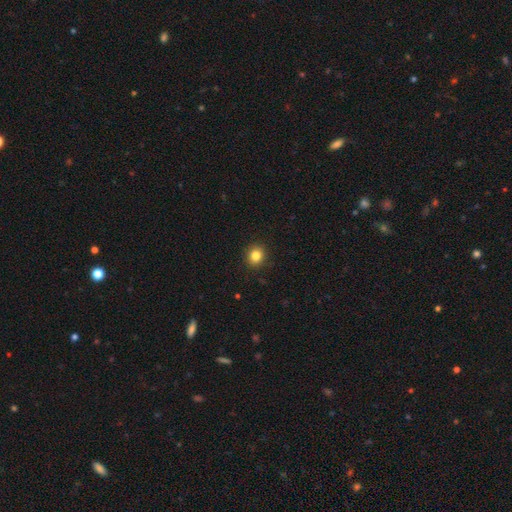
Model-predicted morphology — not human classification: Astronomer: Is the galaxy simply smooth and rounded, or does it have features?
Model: smooth — 84%.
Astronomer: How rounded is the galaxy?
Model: round — 81%.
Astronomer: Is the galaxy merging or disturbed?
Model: none — 91%.